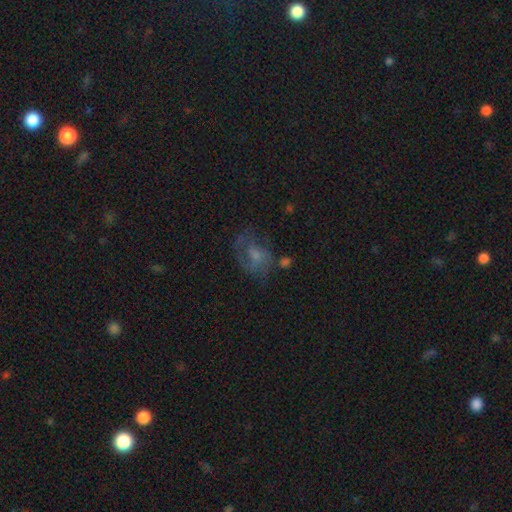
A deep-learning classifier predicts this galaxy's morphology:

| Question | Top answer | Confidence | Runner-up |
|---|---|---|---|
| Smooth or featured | featured or disk | 49% | smooth (36%) |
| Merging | none | 43% | major disturbance (30%) |